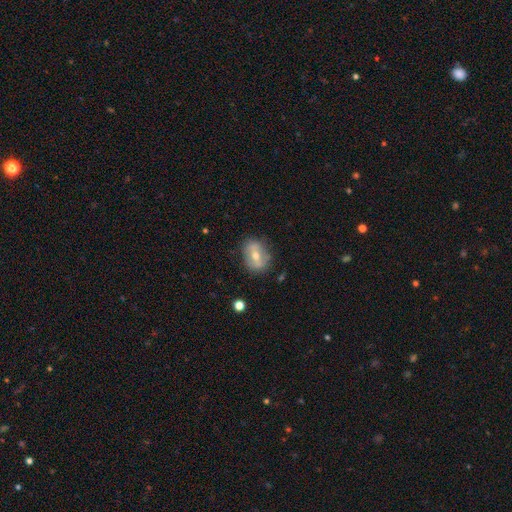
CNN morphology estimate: This appears to be a featured or disk galaxy (49%). Merging: none (77%).